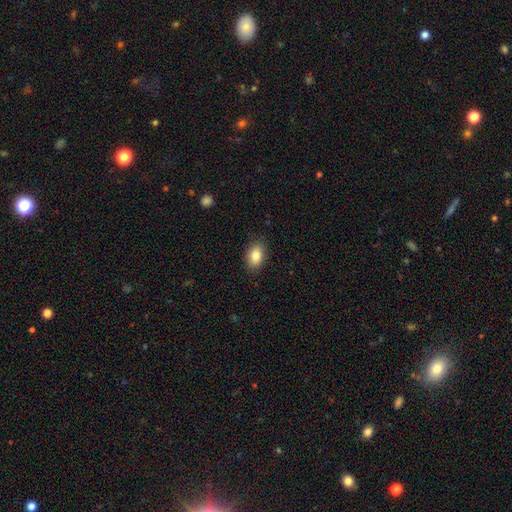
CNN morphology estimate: smooth_or_featured: smooth (p=0.84) [alt: featured or disk p=0.08]
how_rounded: in between (p=0.86) [alt: round p=0.12]
merging: none (p=0.86) [alt: minor disturbance p=0.11]